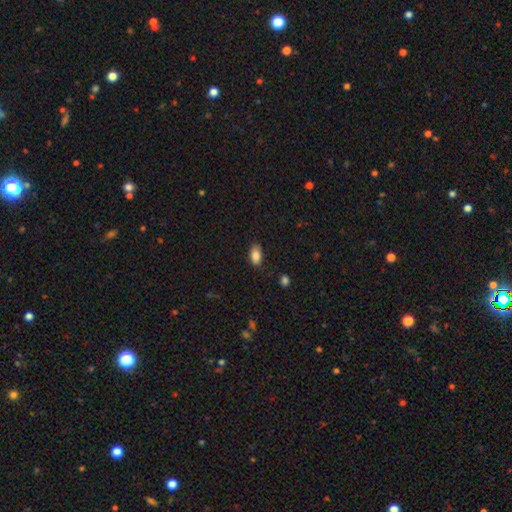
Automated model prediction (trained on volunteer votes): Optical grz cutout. It shows a smooth galaxy with no disk features (87%) that is in between round and cigar-shaped (91%). Merging: none (81%).